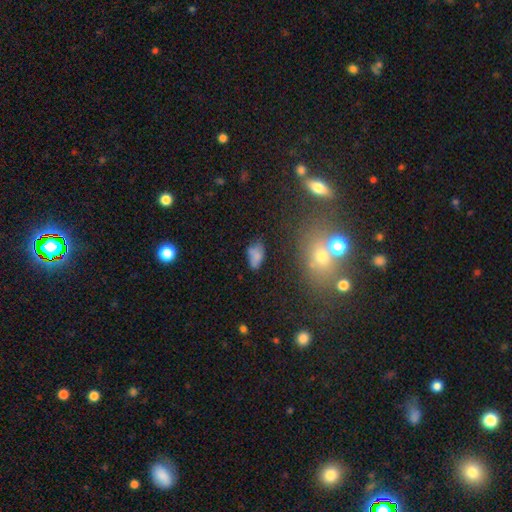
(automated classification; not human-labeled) Q: Smooth or featured?
A: smooth (69%); runner-up: featured or disk (18%)
Q: How rounded?
A: in between (89%); runner-up: round (7%)
Q: Merging?
A: none (54%); runner-up: minor disturbance (27%)